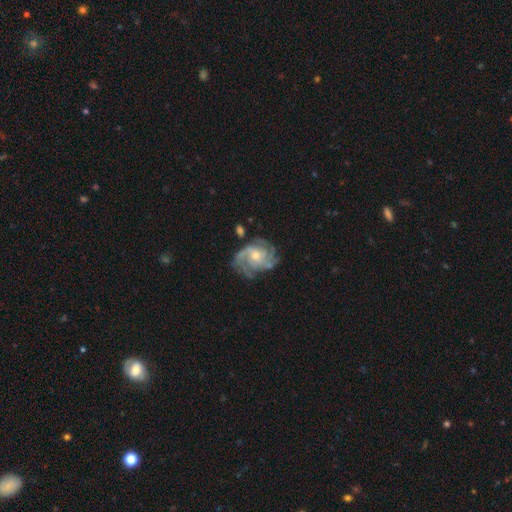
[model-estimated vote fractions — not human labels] Morphology: type=featured or disk (86%); edge-on=no (98%); bar=no (73%); spiral arms=yes (95%); winding=tight (52%); arm count=can't tell (27%); bulge=moderate (57%); merging=none (67%).